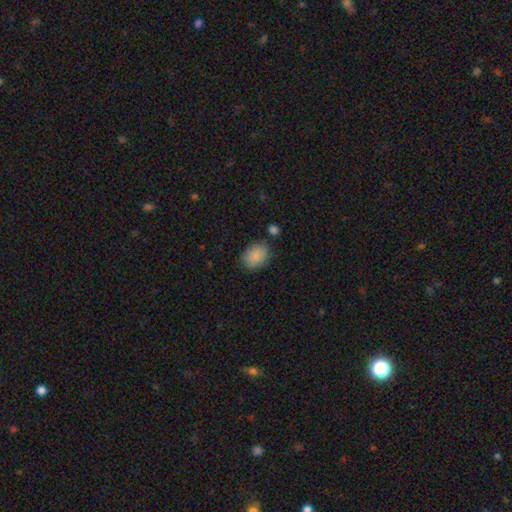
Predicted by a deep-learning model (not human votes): The model was most divided on "how rounded": in between: 69%, round: 30%, cigar-shaped: 1%. More confident: smooth or featured — smooth (88%); merging — none (79%).